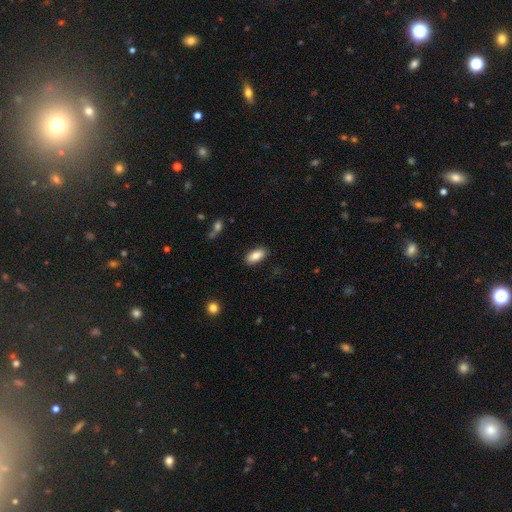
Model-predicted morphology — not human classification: smooth_or_featured: smooth (p=0.87) [alt: star or artifact p=0.07]
how_rounded: in between (p=0.89) [alt: cigar-shaped p=0.08]
merging: none (p=0.88) [alt: minor disturbance p=0.09]